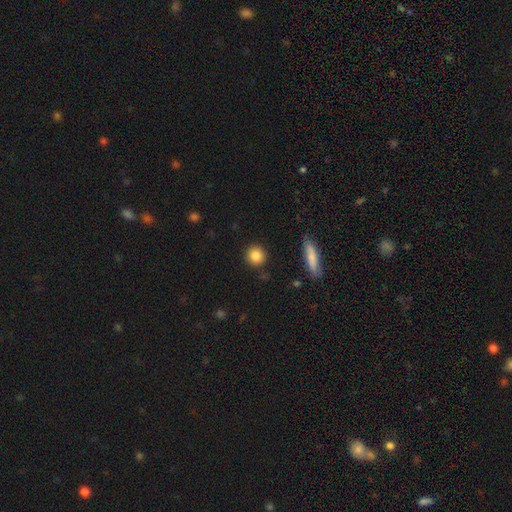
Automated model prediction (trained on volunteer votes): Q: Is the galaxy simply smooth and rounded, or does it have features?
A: smooth — 86%.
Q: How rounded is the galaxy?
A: round — 89%.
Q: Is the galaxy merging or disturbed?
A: none — 90%.